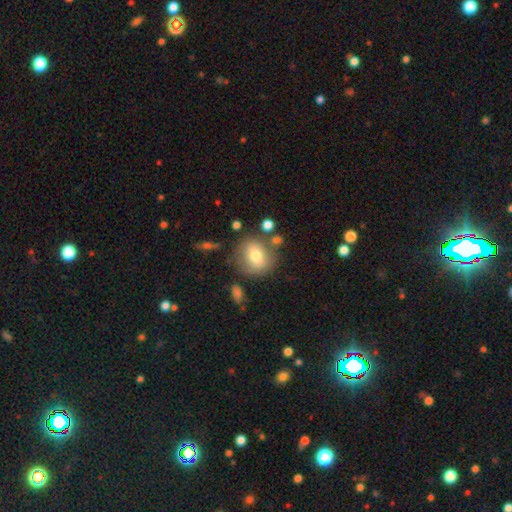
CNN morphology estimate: This is likely a smooth galaxy (69%). How rounded: likely round (79%). Merging: likely none (73%).